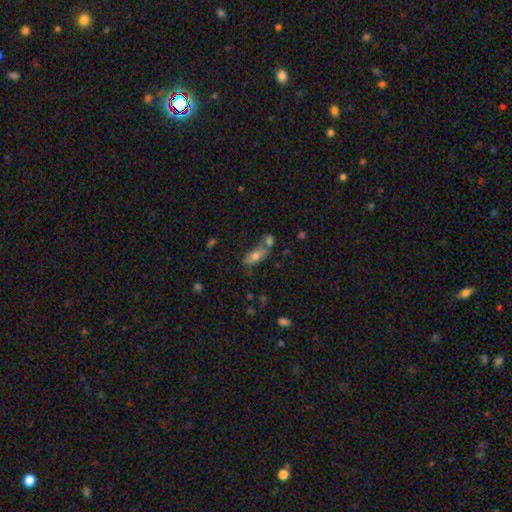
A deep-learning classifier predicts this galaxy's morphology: Q: Smooth or featured?
A: smooth (65%); runner-up: featured or disk (25%)
Q: How rounded?
A: in between (77%); runner-up: cigar-shaped (17%)
Q: Merging?
A: merger (39%); runner-up: none (38%)